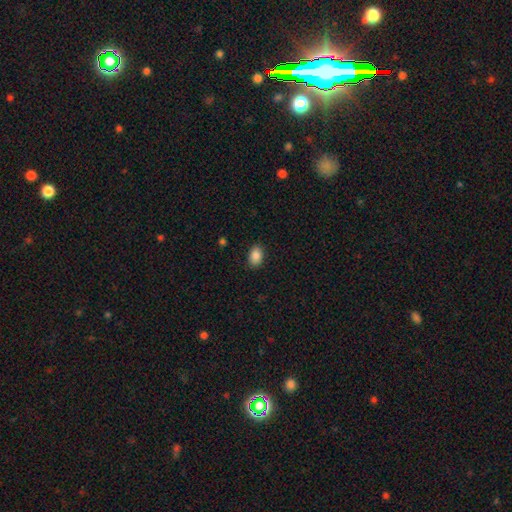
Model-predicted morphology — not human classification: type=smooth (88%); roundness=in between (86%); merging=none (88%).